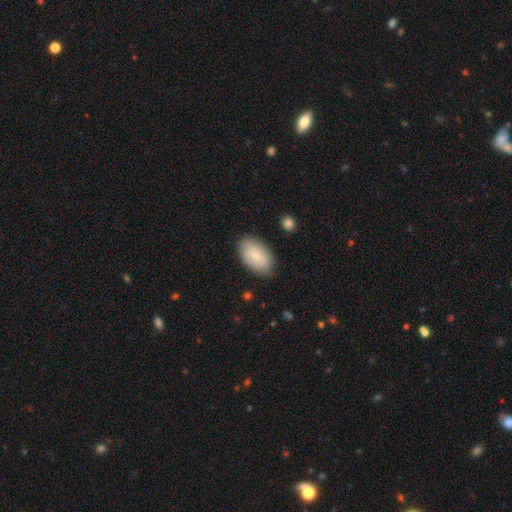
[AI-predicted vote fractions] Smooth or featured? Predicted: smooth (p=0.75). How rounded? Predicted: in between (p=0.93). Merging? Predicted: none (p=0.81).